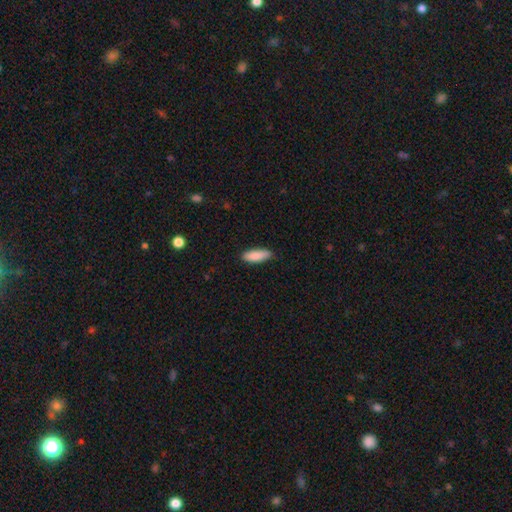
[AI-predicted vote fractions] Q: Smooth or featured?
A: smooth (88%); runner-up: featured or disk (6%)
Q: How rounded?
A: in between (59%); runner-up: cigar-shaped (39%)
Q: Merging?
A: none (84%); runner-up: minor disturbance (13%)